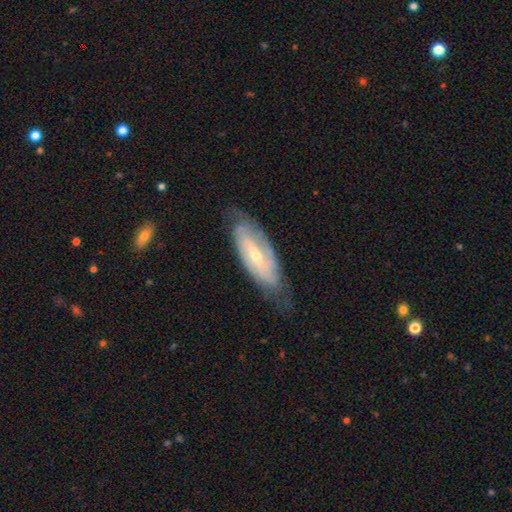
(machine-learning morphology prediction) Smooth or featured?
  - featured or disk: 79% *
  - smooth: 15%
  - star or artifact: 6%
Edge-on disk?
  - no: 87% *
  - yes: 13%
Bar?
  - weak: 43% *
  - no: 29%
  - strong: 28%
Spiral arms?
  - yes: 91% *
  - no: 9%
Spiral winding?
  - tight: 45% *
  - medium: 39%
  - loose: 16%
Spiral arm count?
  - 2: 62% *
  - can't tell: 24%
  - 3: 7%
  - 1: 3%
  - 4: 2%
  - more than 4: 2%
Bulge size?
  - small: 58% *
  - moderate: 38%
  - large: 2%
  - none: 1%
  - dominant: 1%
Merging?
  - none: 67% *
  - minor disturbance: 24%
  - major disturbance: 8%
  - merger: 1%